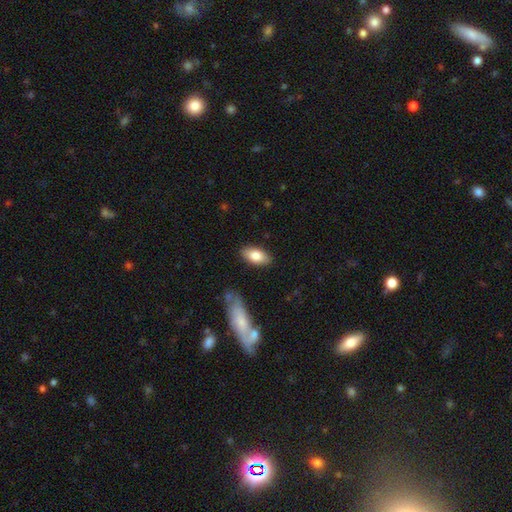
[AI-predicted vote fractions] Smooth or featured: smooth — 83% (featured or disk — 11%)
How rounded: in between — 91% (cigar-shaped — 6%)
Merging: none — 85% (minor disturbance — 11%)